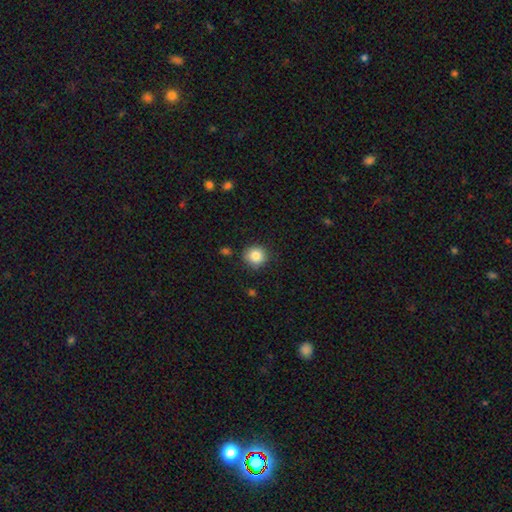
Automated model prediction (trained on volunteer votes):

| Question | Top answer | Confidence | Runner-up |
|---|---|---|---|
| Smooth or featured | smooth | 85% | star or artifact (9%) |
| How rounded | round | 90% | in between (10%) |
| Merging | none | 85% | minor disturbance (11%) |